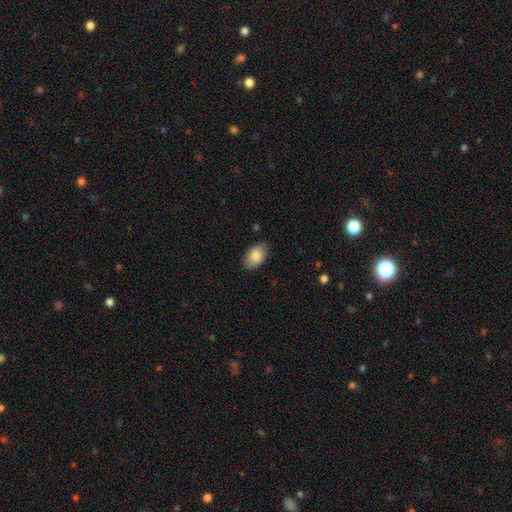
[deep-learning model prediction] A smooth galaxy with no disk features (86%) that is in between round and cigar-shaped (91%). Merging: none (83%).